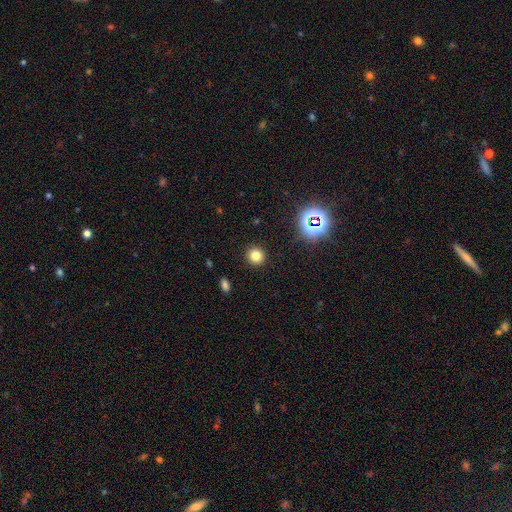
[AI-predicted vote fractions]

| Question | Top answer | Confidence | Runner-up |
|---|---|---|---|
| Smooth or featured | smooth | 78% | star or artifact (16%) |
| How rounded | round | 91% | in between (8%) |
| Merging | none | 91% | minor disturbance (5%) |